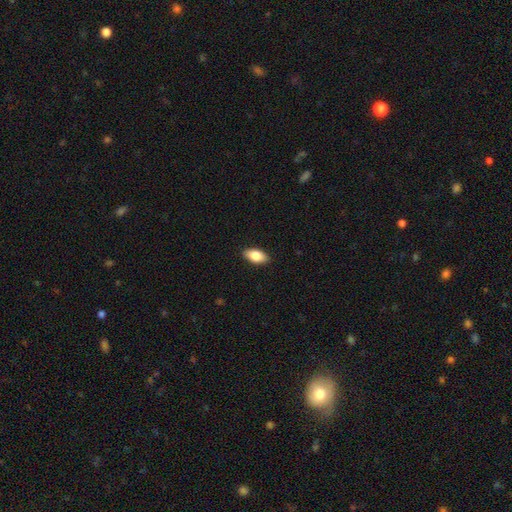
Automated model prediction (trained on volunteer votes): Overall: smooth (85%). How rounded: in between (92%). Merging: none (89%).